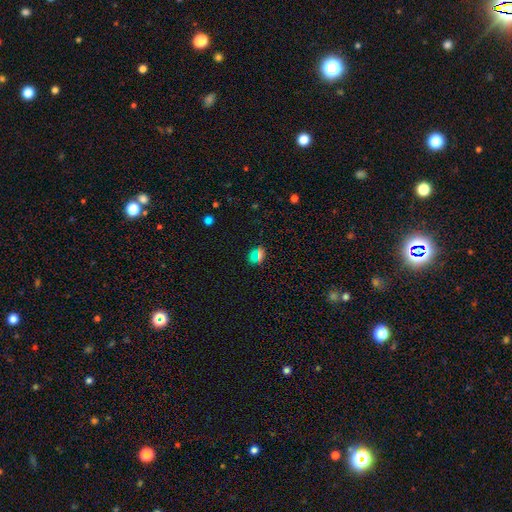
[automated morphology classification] Overall: smooth (63%; star or artifact 30%). How rounded: round (63%; in between 33%). Merging: none (84%).